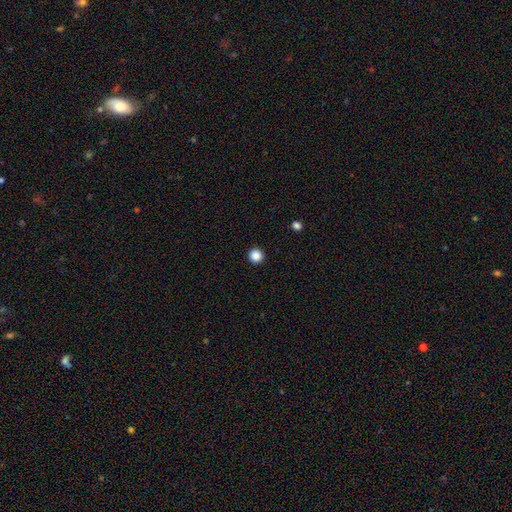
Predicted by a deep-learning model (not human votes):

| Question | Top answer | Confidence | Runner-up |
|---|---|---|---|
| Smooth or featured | smooth | 87% | star or artifact (10%) |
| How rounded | round | 96% | in between (3%) |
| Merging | none | 94% | minor disturbance (4%) |